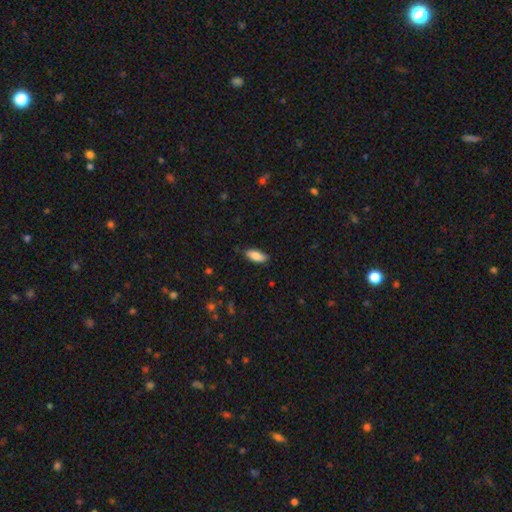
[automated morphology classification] type=smooth (84%); roundness=in between (82%); merging=none (85%).